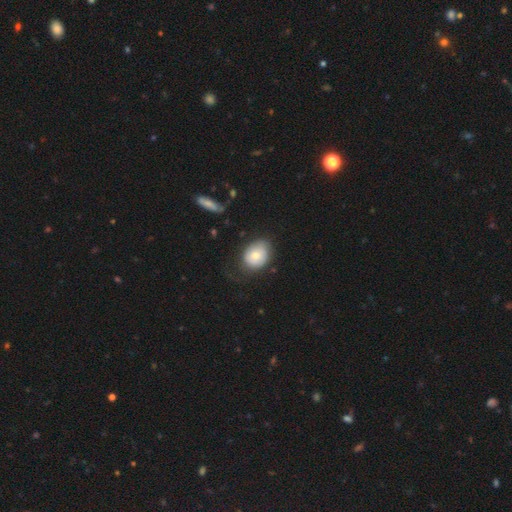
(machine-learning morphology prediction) smooth-or-featured: smooth: 69% | featured or disk: 24% | star or artifact: 8%
  how-rounded: in between: 50% | round: 49% | cigar-shaped: 1%
  merging: none: 57% | minor disturbance: 27% | major disturbance: 14% | merger: 2%